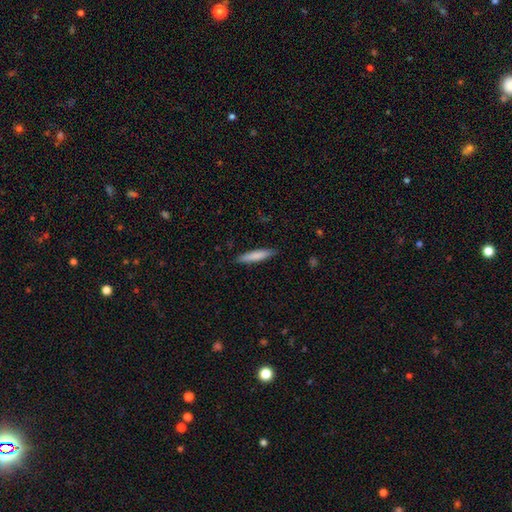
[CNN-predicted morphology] This appears to be a smooth galaxy with no disk features (81%) that is cigar-shaped (88%). Merging: none (89%).